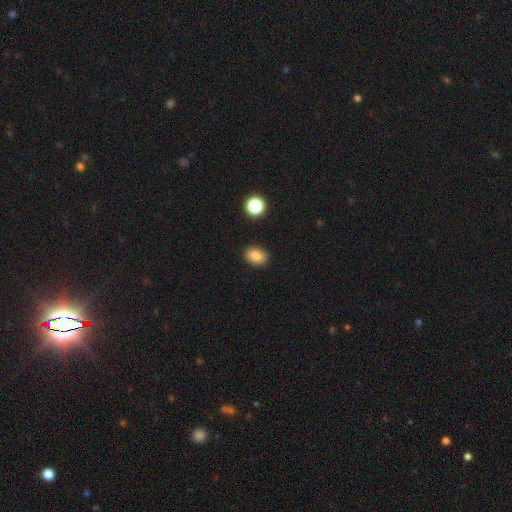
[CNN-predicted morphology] smooth_or_featured: smooth (p=0.85) [alt: star or artifact p=0.10]
how_rounded: in between (p=0.77) [alt: round p=0.22]
merging: none (p=0.89) [alt: minor disturbance p=0.07]